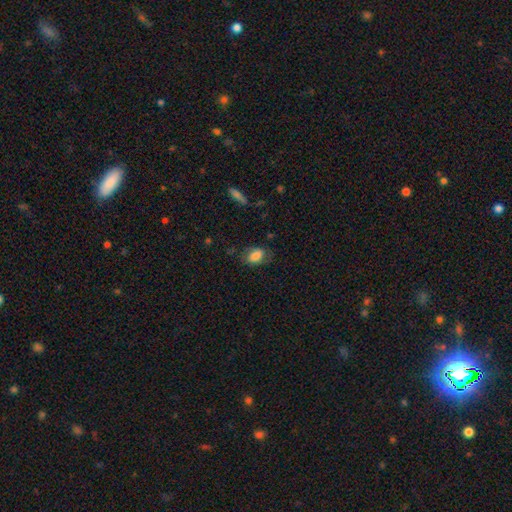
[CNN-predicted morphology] smooth-or-featured: smooth: 76% | featured or disk: 16% | star or artifact: 8%
  how-rounded: in between: 85% | round: 13% | cigar-shaped: 2%
  merging: none: 64% | minor disturbance: 23% | major disturbance: 11% | merger: 1%